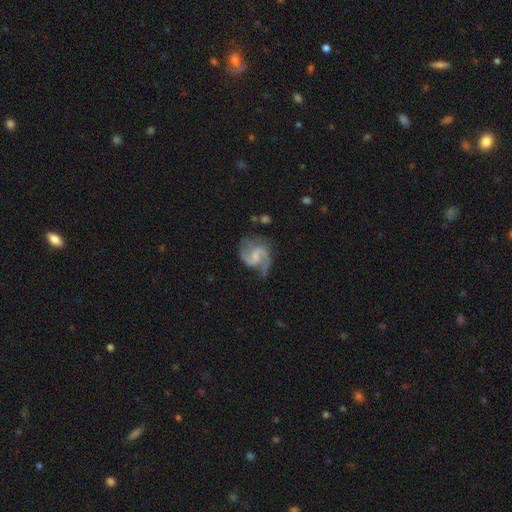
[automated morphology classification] Smooth or featured?
  - featured or disk: 87% *
  - smooth: 8%
  - star or artifact: 5%
Edge-on disk?
  - no: 98% *
  - yes: 2%
Bar?
  - weak: 52% *
  - no: 36%
  - strong: 11%
Spiral arms?
  - yes: 97% *
  - no: 3%
Spiral winding?
  - medium: 52% *
  - loose: 36%
  - tight: 13%
Spiral arm count?
  - 2: 83% *
  - 3: 6%
  - 1: 4%
  - can't tell: 4%
  - 4: 1%
  - more than 4: 1%
Bulge size?
  - small: 54% *
  - moderate: 27%
  - none: 16%
  - large: 2%
  - dominant: 1%
Merging?
  - none: 61% *
  - minor disturbance: 23%
  - major disturbance: 14%
  - merger: 2%